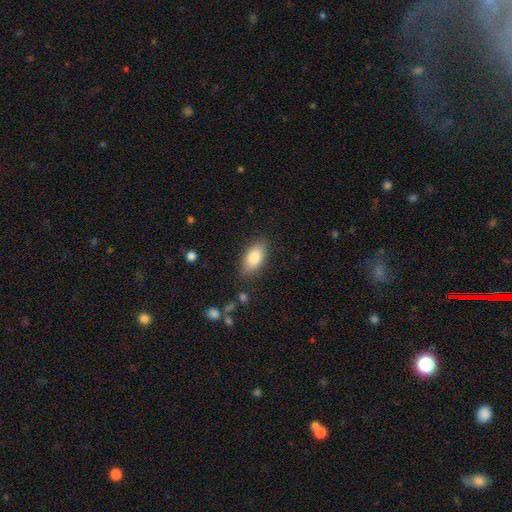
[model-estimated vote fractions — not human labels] Smooth or featured? smooth (84%)
How rounded? in between (90%)
Merging? none (83%)